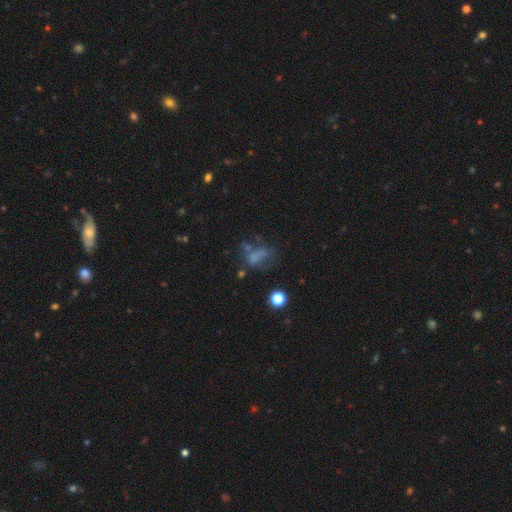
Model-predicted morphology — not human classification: Smooth or featured: smooth — 46% (featured or disk — 32%)
Merging: none — 33% (major disturbance — 32%)